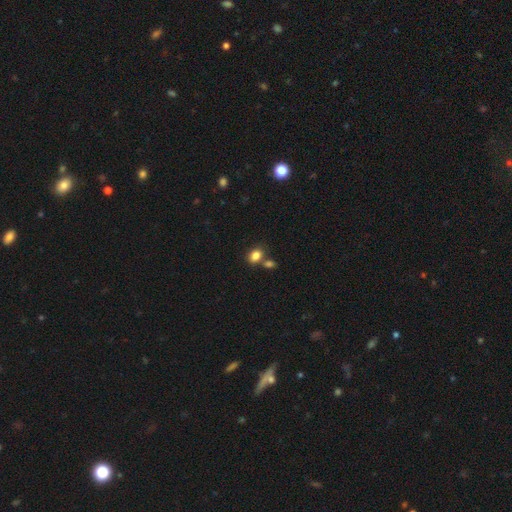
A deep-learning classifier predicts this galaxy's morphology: Smooth or featured?
  - smooth: 83% *
  - star or artifact: 10%
  - featured or disk: 7%
How rounded?
  - in between: 63% *
  - round: 36%
  - cigar-shaped: 1%
Merging?
  - none: 57% *
  - merger: 28%
  - minor disturbance: 11%
  - major disturbance: 4%